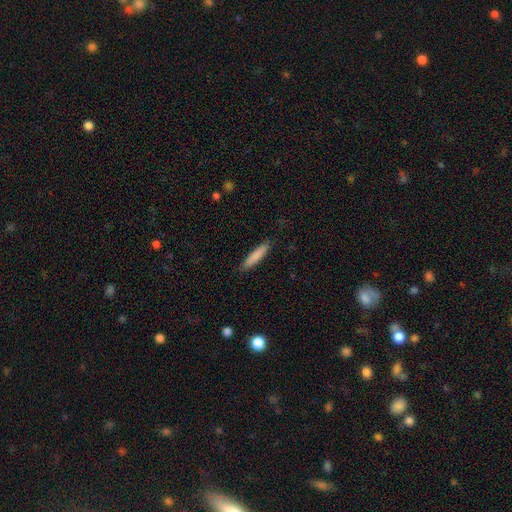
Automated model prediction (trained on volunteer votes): Smooth or featured?
  - smooth: 84% *
  - featured or disk: 10%
  - star or artifact: 6%
How rounded?
  - cigar-shaped: 85% *
  - in between: 14%
  - round: 1%
Merging?
  - none: 88% *
  - minor disturbance: 10%
  - major disturbance: 2%
  - merger: 1%